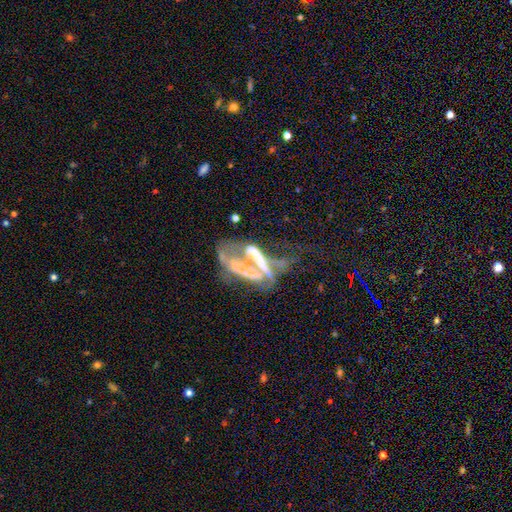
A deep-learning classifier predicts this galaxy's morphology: smooth_or_featured: featured or disk (p=0.64) [alt: smooth p=0.21]
disk_edge_on: no (p=0.81) [alt: yes p=0.19]
bar: no (p=0.67) [alt: strong p=0.19]
has_spiral_arms: no (p=0.76) [alt: yes p=0.24]
bulge_size: none (p=0.53) [alt: small p=0.21]
merging: merger (p=0.45) [alt: major disturbance p=0.34]